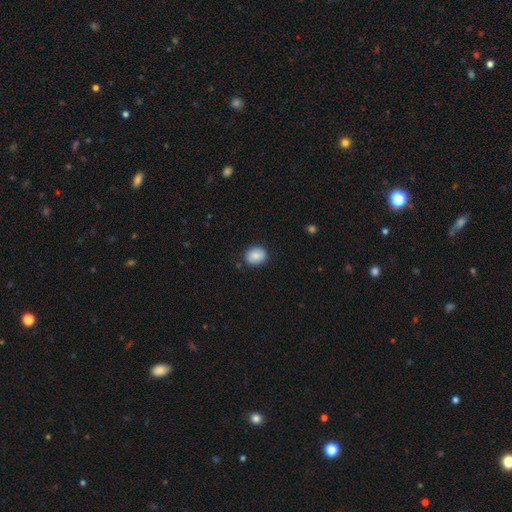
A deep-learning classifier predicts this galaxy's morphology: smooth 83%, featured or disk 10%, star or artifact 8%. Down the decision tree: how rounded — round (56%); merging — none (85%).